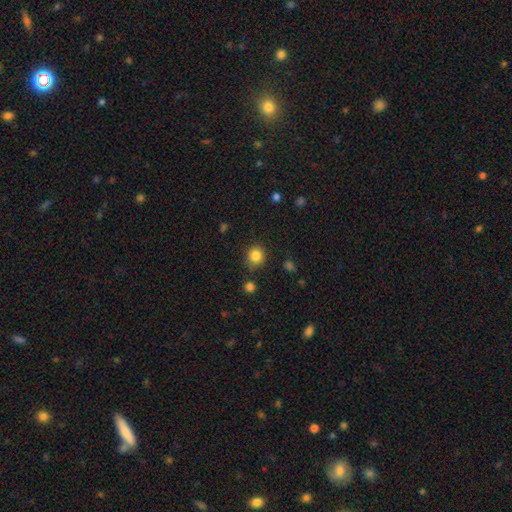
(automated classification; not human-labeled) A smooth galaxy with no disk features (84%) that is round (87%).

Vote fractions:
- Smooth or featured? smooth: 84% / star or artifact: 11% / featured or disk: 5%
- How rounded? round: 87% / in between: 12% / cigar-shaped: 1%
- Merging? none: 83% / minor disturbance: 11% / merger: 3% / major disturbance: 3%